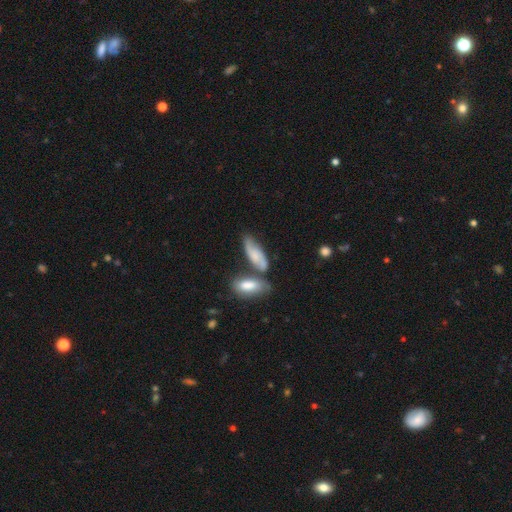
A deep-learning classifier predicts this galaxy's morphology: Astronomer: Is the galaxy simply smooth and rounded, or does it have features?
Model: smooth — 49% (runner-up: featured or disk, 44%).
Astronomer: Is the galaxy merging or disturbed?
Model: none — 43% (runner-up: merger, 29%).